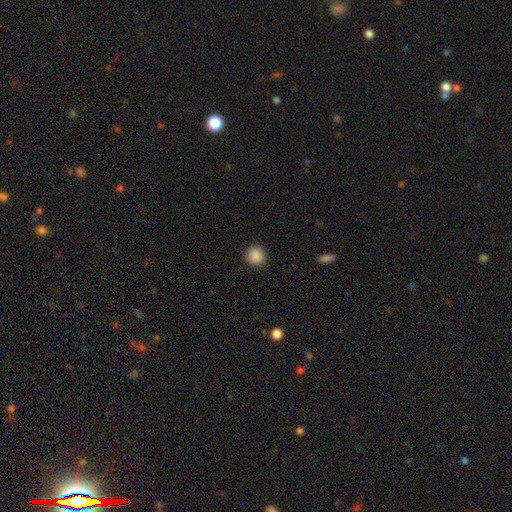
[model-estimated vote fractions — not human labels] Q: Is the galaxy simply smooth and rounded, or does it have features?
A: smooth — 89%.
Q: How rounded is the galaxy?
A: round — 93%.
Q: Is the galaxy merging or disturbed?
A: none — 91%.